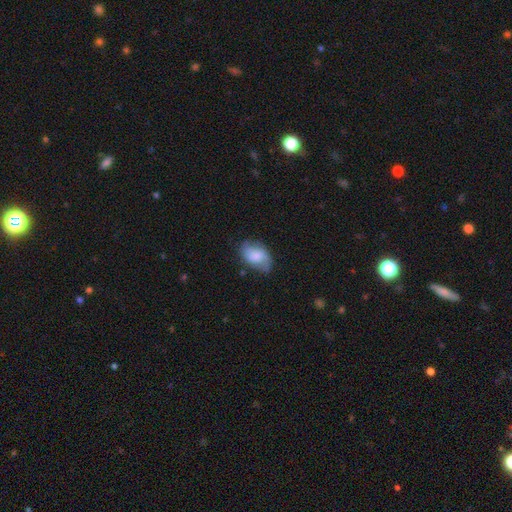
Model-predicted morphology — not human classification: Smooth or featured?
  - smooth: 63% *
  - featured or disk: 29%
  - star or artifact: 8%
How rounded?
  - in between: 88% *
  - round: 11%
  - cigar-shaped: 2%
Merging?
  - none: 59% *
  - minor disturbance: 29%
  - major disturbance: 10%
  - merger: 2%